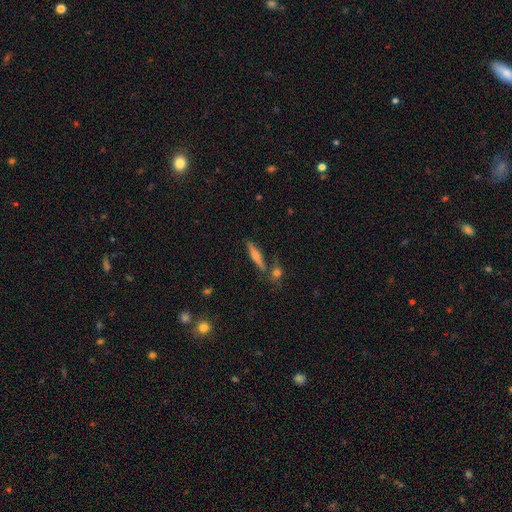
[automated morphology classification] Smooth or featured? featured or disk (56%)
Edge-on disk? yes (94%)
Edge-on bulge? rounded (83%)
Merging? none (75%)